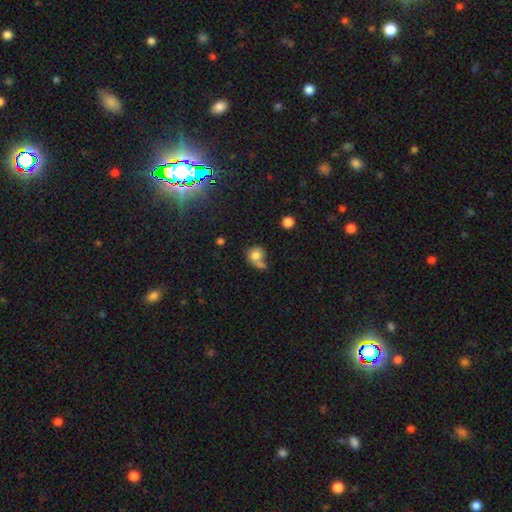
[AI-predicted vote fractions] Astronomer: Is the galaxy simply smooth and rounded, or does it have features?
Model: smooth — 76%.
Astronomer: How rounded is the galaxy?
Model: round — 75%.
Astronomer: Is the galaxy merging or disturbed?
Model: merger — 40% (runner-up: none, 35%).